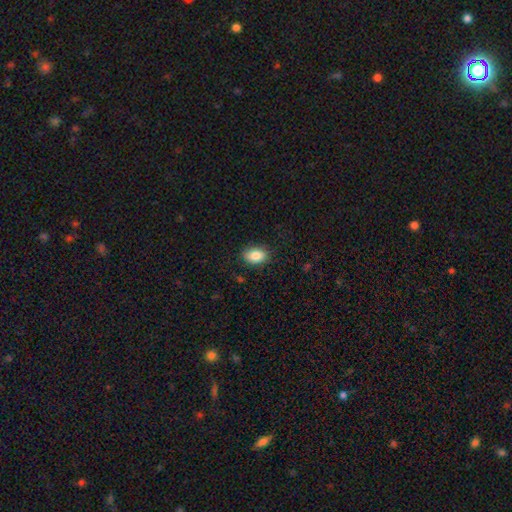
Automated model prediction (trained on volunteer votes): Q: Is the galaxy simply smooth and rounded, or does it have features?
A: smooth — 86%.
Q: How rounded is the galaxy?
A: in between — 80%.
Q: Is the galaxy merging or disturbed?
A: none — 86%.